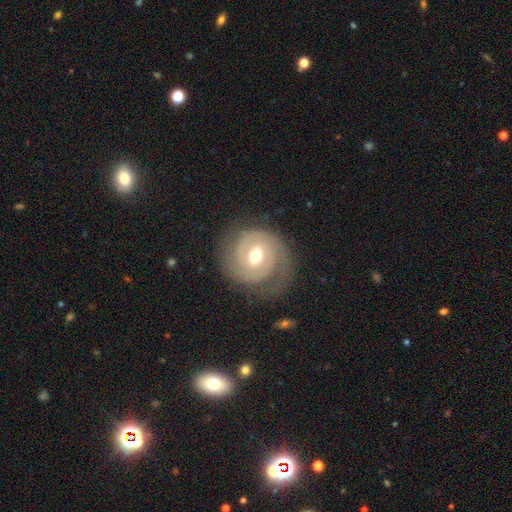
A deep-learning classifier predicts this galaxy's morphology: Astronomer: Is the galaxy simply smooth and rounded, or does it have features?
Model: featured or disk — 78%.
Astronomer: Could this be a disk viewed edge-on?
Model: no — 97%.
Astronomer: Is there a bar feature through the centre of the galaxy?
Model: weak — 51% (runner-up: no, 30%).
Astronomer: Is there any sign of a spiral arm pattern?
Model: yes — 90%.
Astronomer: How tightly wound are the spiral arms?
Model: tight — 56% (runner-up: medium, 32%).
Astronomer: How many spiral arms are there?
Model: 2 — 67%.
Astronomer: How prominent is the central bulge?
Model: moderate — 74%.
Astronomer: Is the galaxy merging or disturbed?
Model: none — 68%.